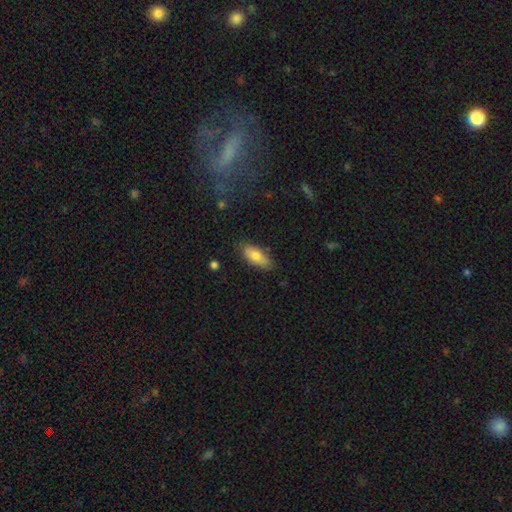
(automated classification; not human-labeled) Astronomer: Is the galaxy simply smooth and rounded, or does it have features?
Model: smooth — 75%.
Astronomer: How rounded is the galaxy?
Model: in between — 84%.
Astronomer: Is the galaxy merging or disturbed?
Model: none — 80%.